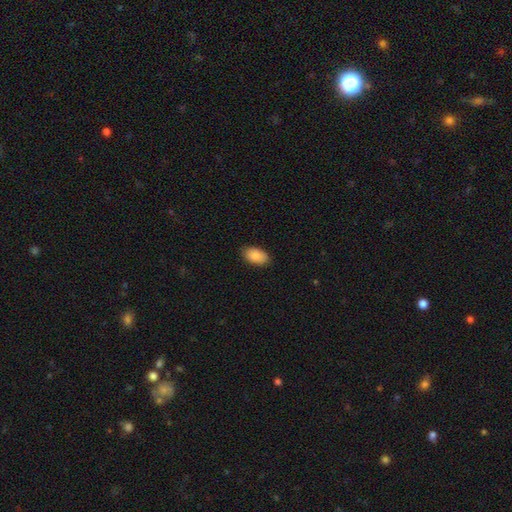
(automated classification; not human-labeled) A smooth galaxy with no disk features (86%) that is in between round and cigar-shaped (93%).

Vote fractions:
- Smooth or featured? smooth: 86% / featured or disk: 7% / star or artifact: 7%
- How rounded? in between: 93% / round: 5% / cigar-shaped: 2%
- Merging? none: 86% / minor disturbance: 11% / major disturbance: 2% / merger: 1%